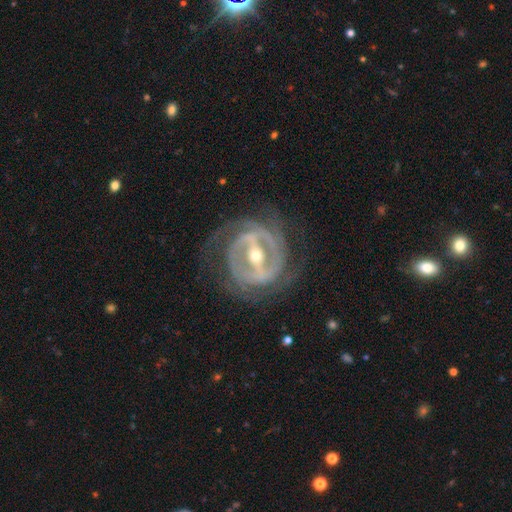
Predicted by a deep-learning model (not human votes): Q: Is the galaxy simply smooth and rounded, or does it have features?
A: featured or disk — 90%.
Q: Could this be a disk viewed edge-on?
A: no — 93%.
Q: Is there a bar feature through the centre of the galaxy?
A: strong — 78%.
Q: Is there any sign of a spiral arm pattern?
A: yes — 86%.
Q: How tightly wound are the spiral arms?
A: tight — 64%.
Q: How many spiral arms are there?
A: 2 — 37%.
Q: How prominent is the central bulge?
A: moderate — 58%.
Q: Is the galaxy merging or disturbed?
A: none — 74%.